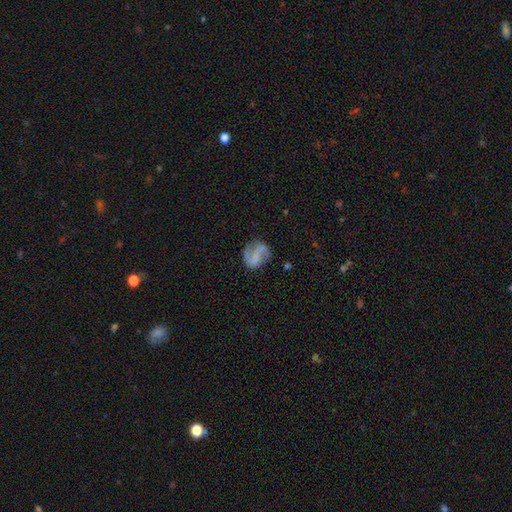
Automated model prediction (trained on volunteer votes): Q: Smooth or featured?
A: featured or disk (68%); runner-up: smooth (24%)
Q: Edge-on disk?
A: no (98%); runner-up: yes (2%)
Q: Bar?
A: weak (37%); runner-up: strong (32%)
Q: Spiral arms?
A: yes (87%); runner-up: no (13%)
Q: Spiral winding?
A: medium (42%); tied with: loose (42%)
Q: Spiral arm count?
A: 2 (86%); runner-up: can't tell (5%)
Q: Bulge size?
A: none (62%); runner-up: small (21%)
Q: Merging?
A: none (69%); runner-up: minor disturbance (19%)